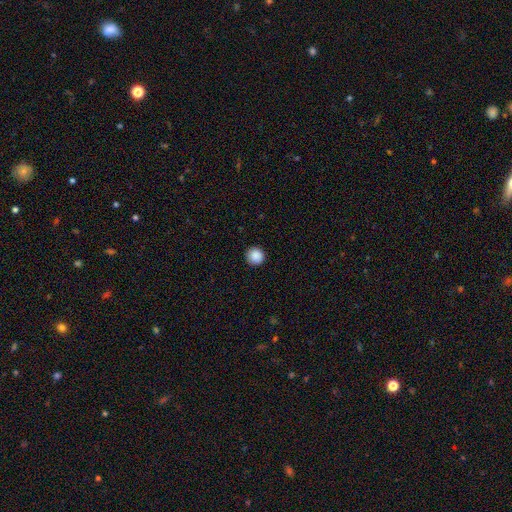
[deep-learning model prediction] Smooth or featured? Predicted: smooth (p=0.89). How rounded? Predicted: round (p=0.95). Merging? Predicted: none (p=0.91).